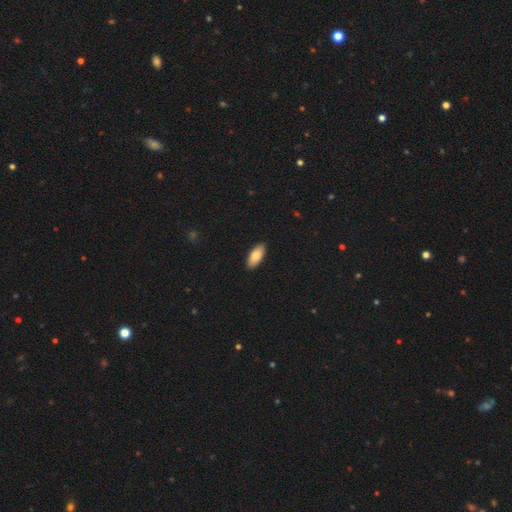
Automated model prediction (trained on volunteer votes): Smooth or featured? Predicted: smooth (p=0.83). How rounded? Predicted: in between (p=0.87). Merging? Predicted: none (p=0.90).